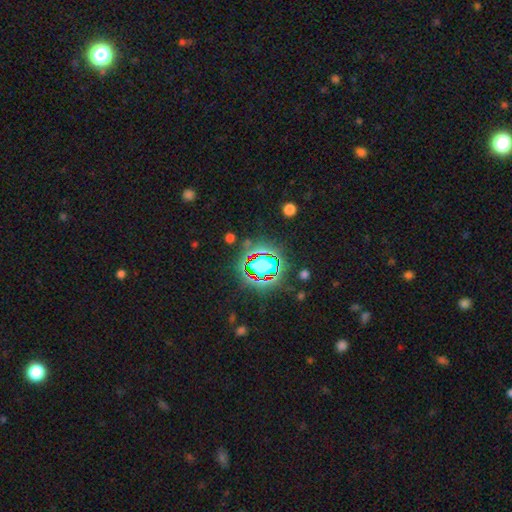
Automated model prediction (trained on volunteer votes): Smooth or featured? Predicted: star or artifact (p=0.81).